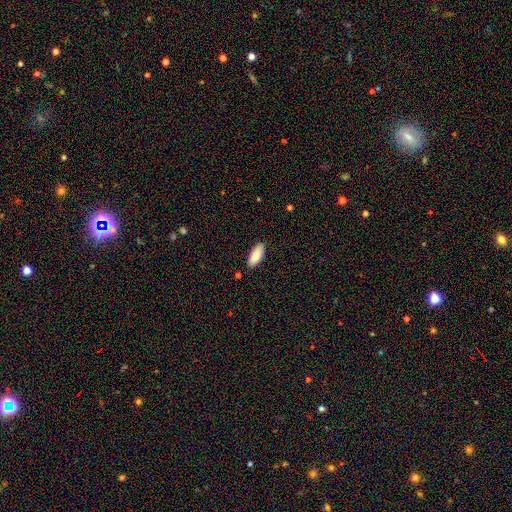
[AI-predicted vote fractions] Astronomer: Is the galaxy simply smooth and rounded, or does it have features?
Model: smooth — 88%.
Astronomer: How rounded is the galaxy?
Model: in between — 81%.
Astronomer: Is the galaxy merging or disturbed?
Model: none — 86%.